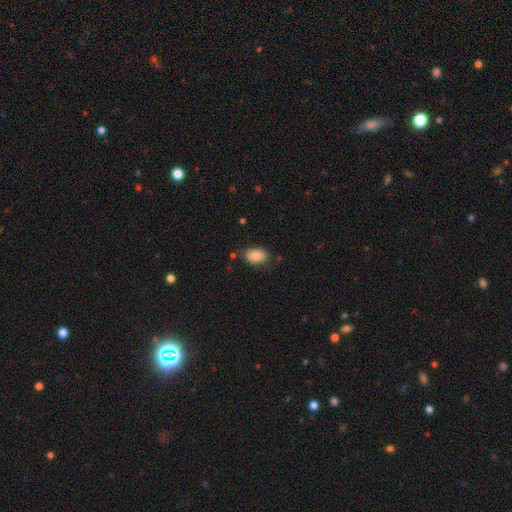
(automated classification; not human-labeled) smooth_or_featured: smooth (p=0.83) [alt: featured or disk p=0.10]
how_rounded: in between (p=0.91) [alt: round p=0.07]
merging: none (p=0.75) [alt: minor disturbance p=0.18]